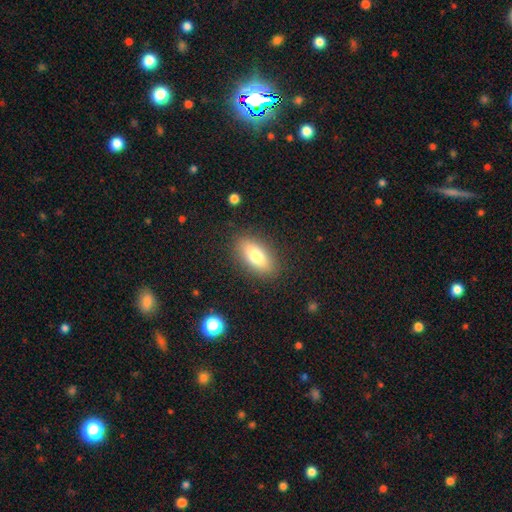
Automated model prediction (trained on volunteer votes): Morphology: type=smooth (75%); roundness=in between (83%); merging=none (86%).